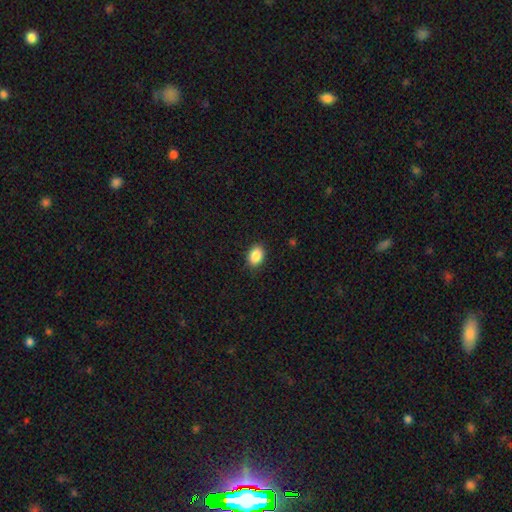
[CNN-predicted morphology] smooth_or_featured: smooth (p=0.88) [alt: star or artifact p=0.08]
how_rounded: in between (p=0.76) [alt: round p=0.23]
merging: none (p=0.89) [alt: minor disturbance p=0.08]